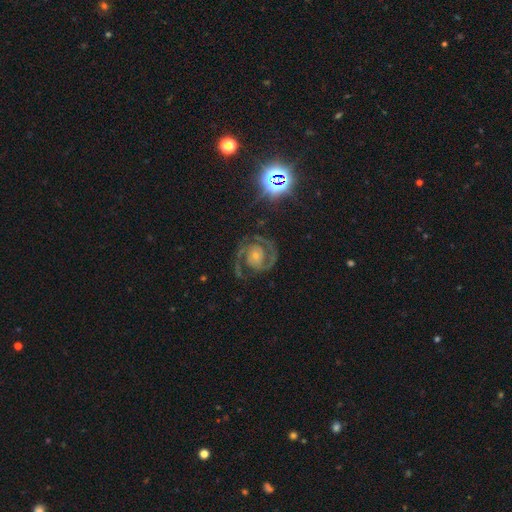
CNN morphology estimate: This is clearly a featured or disk galaxy (87%). It is clearly not viewed edge-on (98%). Bar: likely no (65%). Spiral arm pattern: clearly yes (98%). Spiral arm count: clearly 2 (86%). Spiral winding: possibly medium (49%). Central bulge: likely small (65%). Merging: likely none (74%).